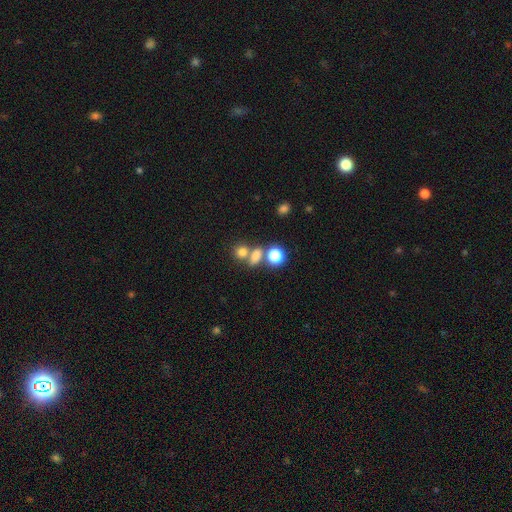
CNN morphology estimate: A smooth galaxy with no disk features (72%) that is round (59%). Merging: none (50%).